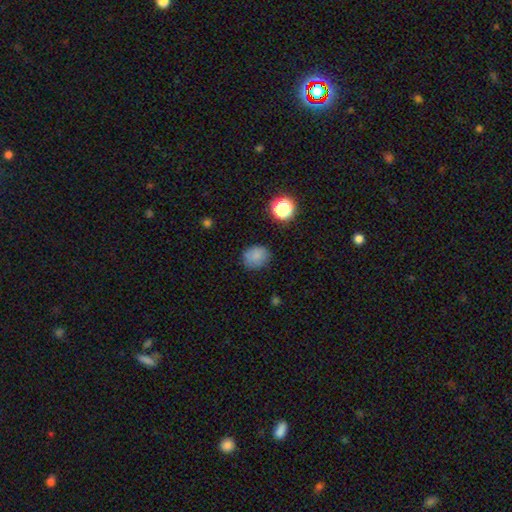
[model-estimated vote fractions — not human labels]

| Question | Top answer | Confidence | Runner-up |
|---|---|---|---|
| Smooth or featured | smooth | 81% | star or artifact (12%) |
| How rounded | round | 64% | in between (35%) |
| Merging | none | 80% | minor disturbance (15%) |